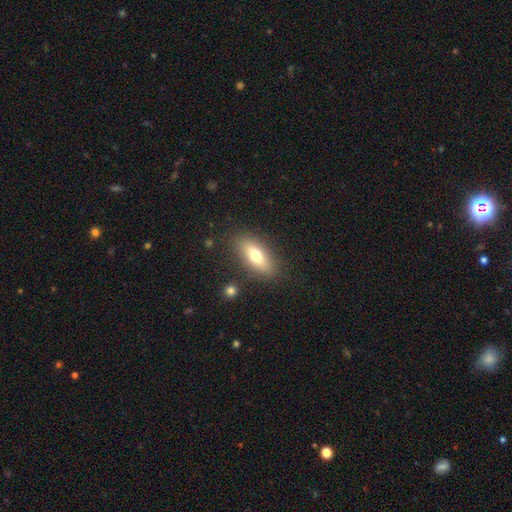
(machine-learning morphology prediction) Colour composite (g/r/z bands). It shows a smooth galaxy with no disk features (68%) that is in between round and cigar-shaped (73%). Merging: none (83%).